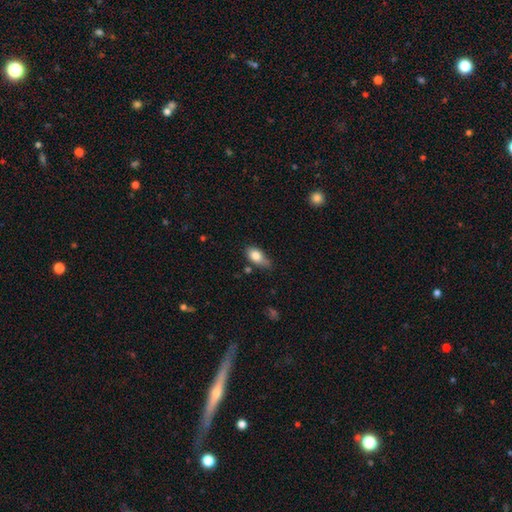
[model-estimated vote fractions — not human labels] Overall: smooth (80%). How rounded: in between (85%). Merging: none (44%; minor disturbance 40%).